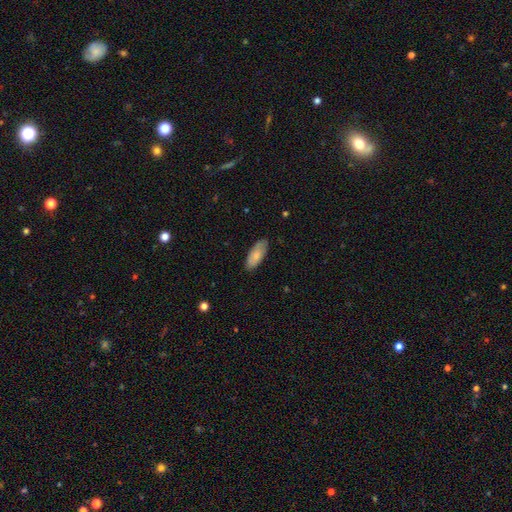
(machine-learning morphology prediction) A smooth galaxy with no disk features (78%) that is in between round and cigar-shaped (82%). Merging: none (82%).